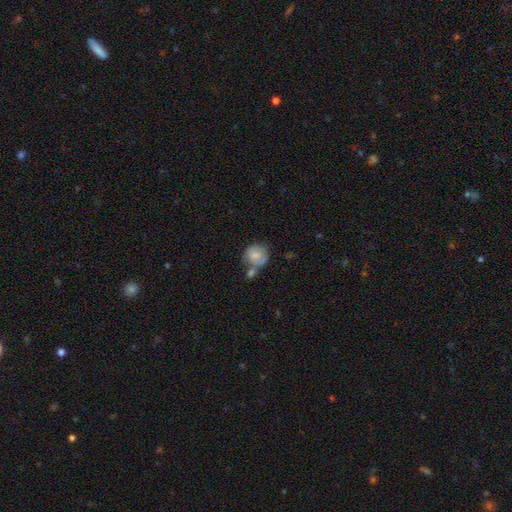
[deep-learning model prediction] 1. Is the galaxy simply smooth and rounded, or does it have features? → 71% smooth, 22% featured or disk, 7% star or artifact.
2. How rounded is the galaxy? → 80% round, 19% in between, 1% cigar-shaped.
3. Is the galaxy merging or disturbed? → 43% none, 30% merger, 20% minor disturbance, 8% major disturbance.